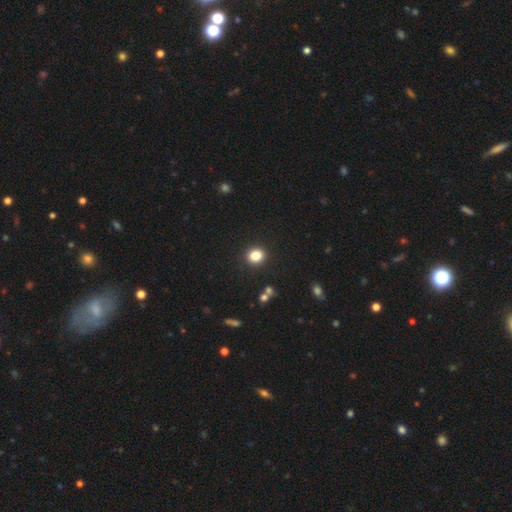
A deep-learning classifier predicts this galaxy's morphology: Smooth or featured? Predicted: smooth (p=0.84). How rounded? Predicted: round (p=0.69). Merging? Predicted: none (p=0.90).